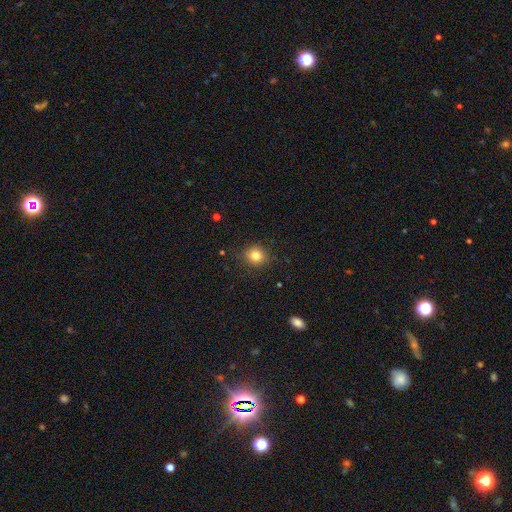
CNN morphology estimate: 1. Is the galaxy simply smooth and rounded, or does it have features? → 82% smooth, 12% star or artifact, 6% featured or disk.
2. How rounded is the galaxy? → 85% round, 14% in between, 1% cigar-shaped.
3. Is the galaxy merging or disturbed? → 88% none, 9% minor disturbance, 2% major disturbance, 1% merger.